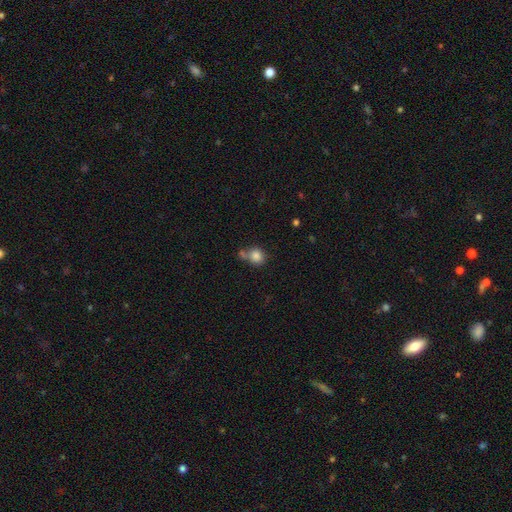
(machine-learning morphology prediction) Smooth or featured? smooth (83%)
How rounded? round (78%)
Merging? none (47%)